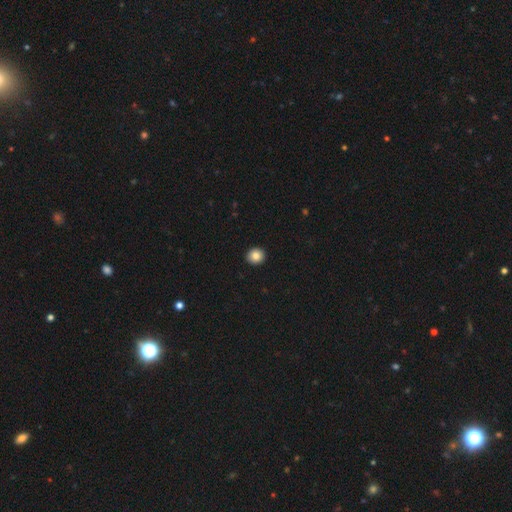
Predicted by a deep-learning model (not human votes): The model was most divided on "how rounded": round: 85%, in between: 14%, cigar-shaped: 1%. More confident: merging — none (93%); smooth or featured — smooth (84%).